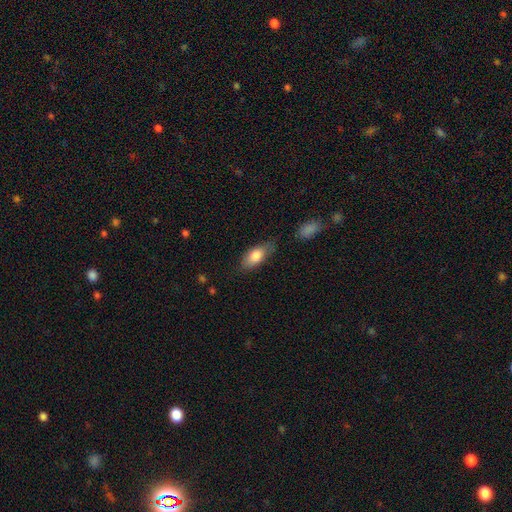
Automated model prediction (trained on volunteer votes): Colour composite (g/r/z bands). It shows a smooth galaxy with no disk features (81%) that is in between round and cigar-shaped (85%). Merging: none (67%).